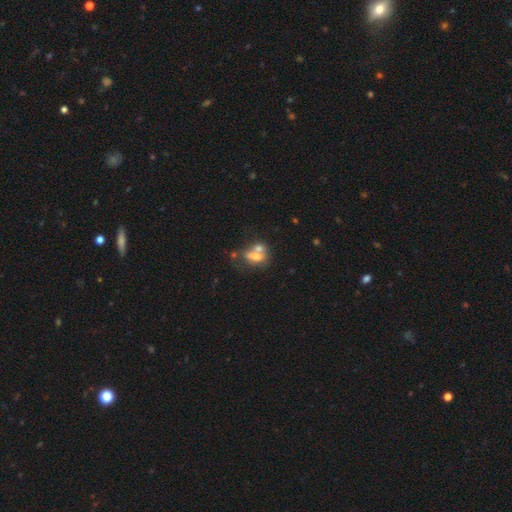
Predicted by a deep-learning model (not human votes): Smooth or featured? Predicted: smooth (p=0.59). How rounded? Predicted: in between (p=0.68). Merging? Predicted: merger (p=0.56).